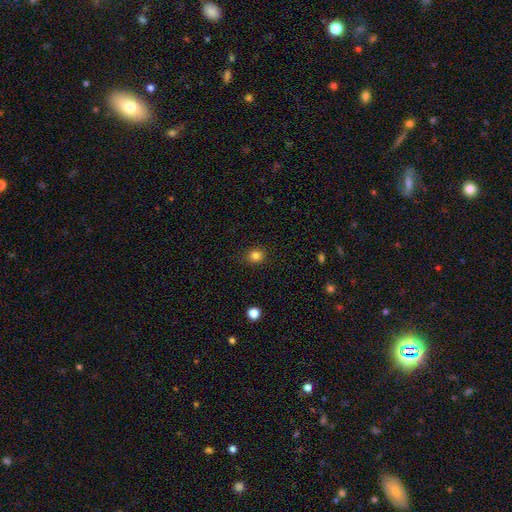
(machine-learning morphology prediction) Smooth or featured: smooth — 83% (star or artifact — 13%)
How rounded: round — 78% (in between — 21%)
Merging: none — 86% (minor disturbance — 10%)